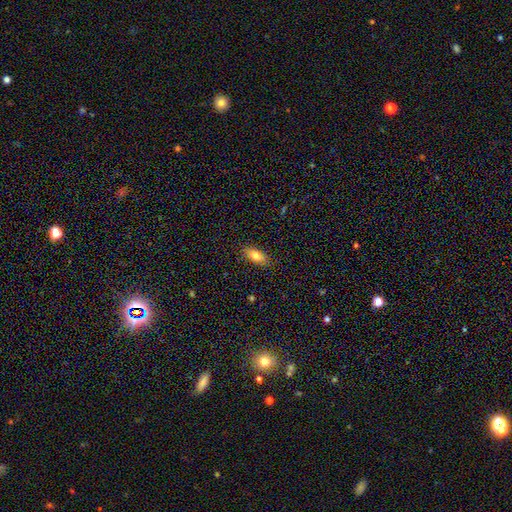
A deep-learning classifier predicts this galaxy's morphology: Smooth or featured: smooth — 77% (featured or disk — 15%)
How rounded: in between — 81% (cigar-shaped — 15%)
Merging: none — 87% (minor disturbance — 10%)